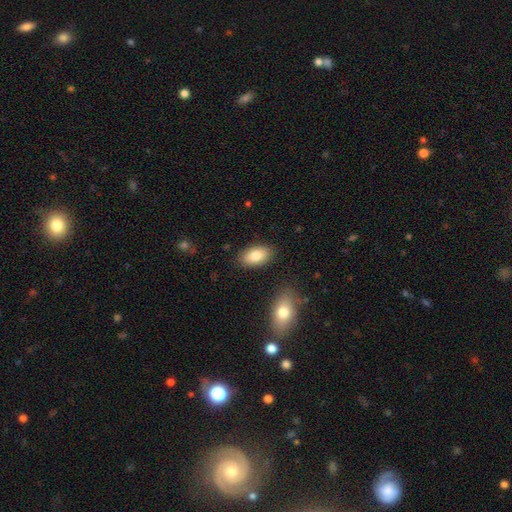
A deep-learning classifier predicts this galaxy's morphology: type=smooth (83%); roundness=in between (93%); merging=none (85%).